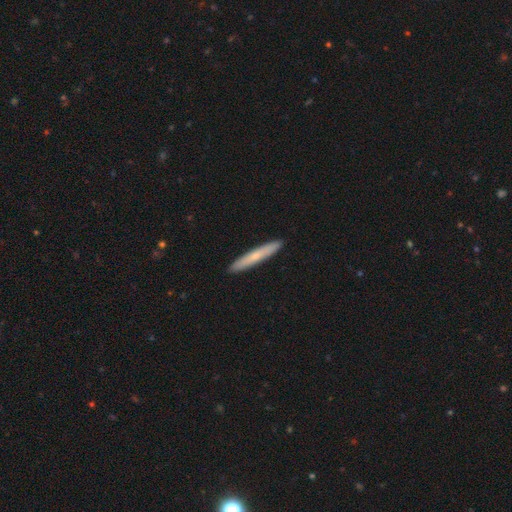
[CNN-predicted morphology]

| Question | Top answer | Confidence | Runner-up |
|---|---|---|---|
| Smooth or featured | smooth | 59% | featured or disk (35%) |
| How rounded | cigar-shaped | 95% | in between (3%) |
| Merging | none | 93% | minor disturbance (5%) |